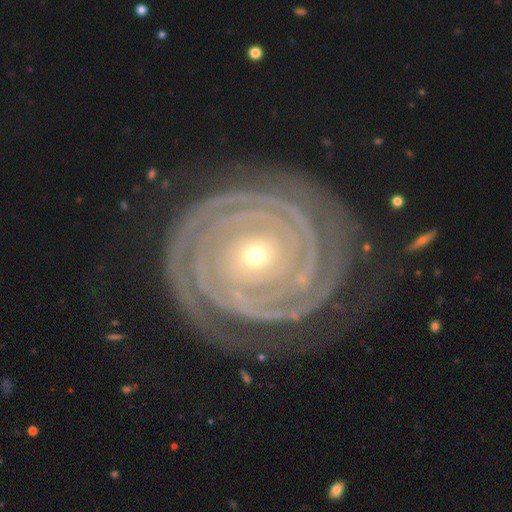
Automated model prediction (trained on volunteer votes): Smooth or featured?
  - featured or disk: 92% *
  - star or artifact: 5%
  - smooth: 4%
Edge-on disk?
  - no: 97% *
  - yes: 3%
Bar?
  - no: 77% *
  - weak: 13%
  - strong: 10%
Spiral arms?
  - yes: 98% *
  - no: 2%
Spiral winding?
  - tight: 87% *
  - medium: 10%
  - loose: 3%
Spiral arm count?
  - 2: 54% *
  - 3: 13%
  - can't tell: 12%
  - 4: 8%
  - more than 4: 7%
  - 1: 6%
Bulge size?
  - small: 70% *
  - moderate: 27%
  - large: 2%
  - dominant: 1%
  - none: 1%
Merging?
  - none: 76% *
  - minor disturbance: 14%
  - major disturbance: 8%
  - merger: 2%